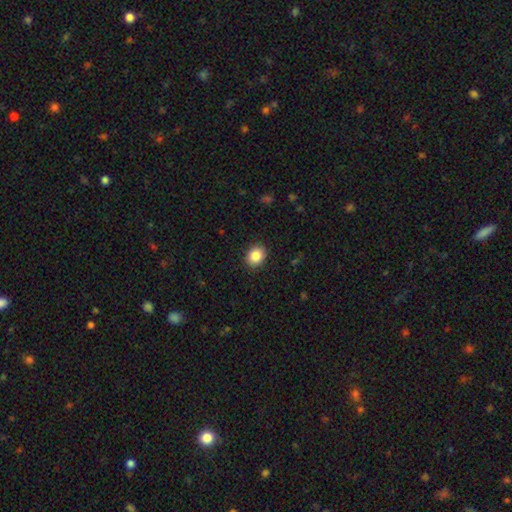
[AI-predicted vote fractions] Smooth or featured: smooth — 87% (star or artifact — 8%)
How rounded: round — 53% (in between — 46%)
Merging: none — 90% (minor disturbance — 7%)